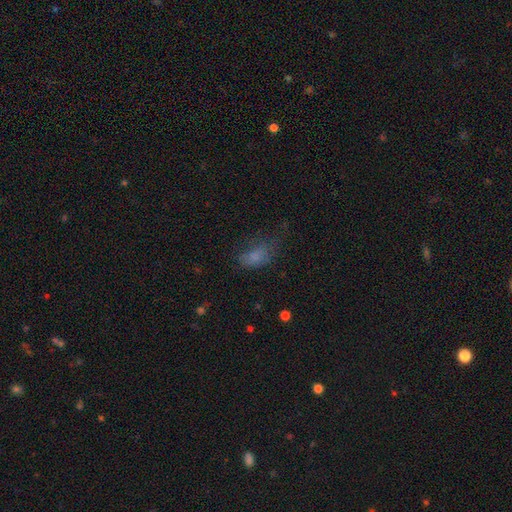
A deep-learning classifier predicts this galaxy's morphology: Smooth or featured: smooth — 72% (star or artifact — 14%)
How rounded: in between — 86% (round — 9%)
Merging: none — 39% (major disturbance — 30%)